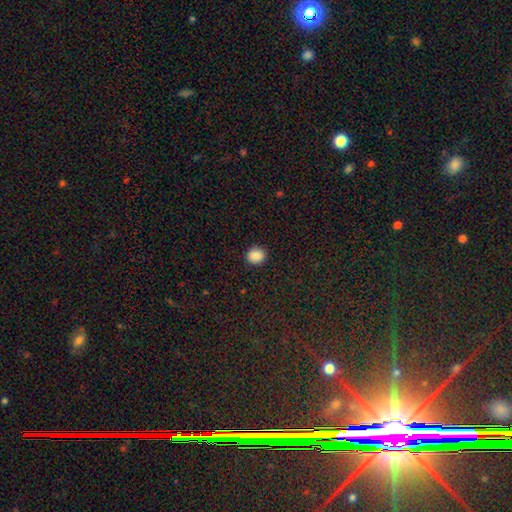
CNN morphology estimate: A smooth galaxy with no disk features (88%) that is round (79%).

Vote fractions:
- Smooth or featured? smooth: 88% / star or artifact: 9% / featured or disk: 3%
- How rounded? round: 79% / in between: 20% / cigar-shaped: 1%
- Merging? none: 92% / minor disturbance: 6% / major disturbance: 2% / merger: 1%